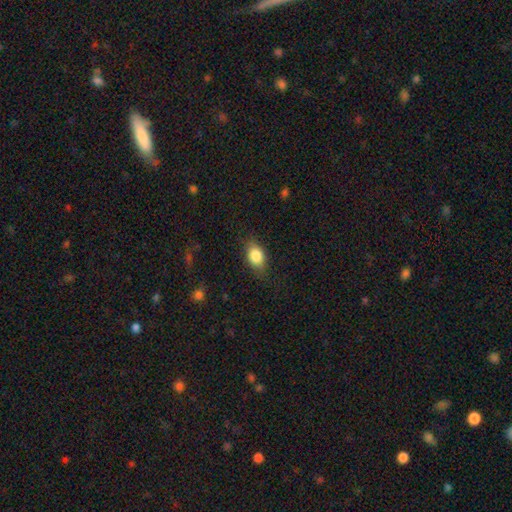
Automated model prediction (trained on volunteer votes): Morphology: type=smooth (84%); roundness=in between (77%); merging=none (79%).